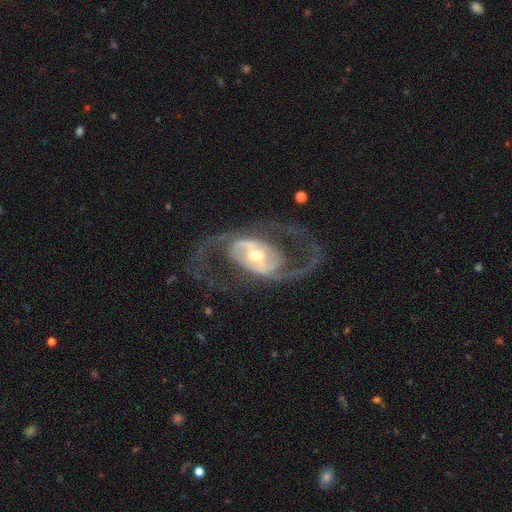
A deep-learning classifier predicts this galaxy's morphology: Smooth or featured? Predicted: featured or disk (p=0.88). Edge-on disk? Predicted: no (p=0.95). Bar? Predicted: no (p=0.36). Spiral arms? Predicted: yes (p=0.87). Spiral winding? Predicted: medium (p=0.50). Spiral arm count? Predicted: 2 (p=0.90). Bulge size? Predicted: moderate (p=0.55). Merging? Predicted: none (p=0.69).